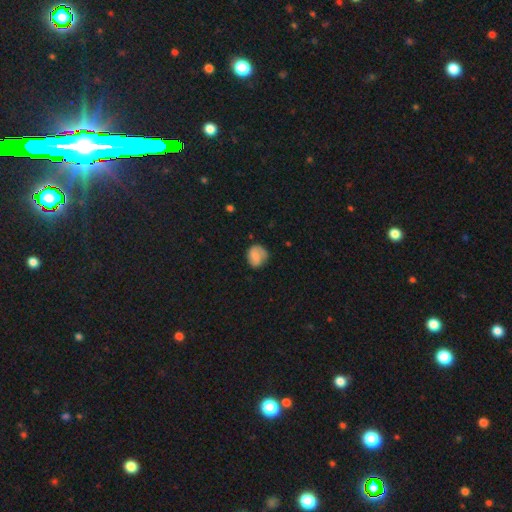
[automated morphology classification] A smooth galaxy with no disk features (64%) that is round (69%). Merging: none (65%).